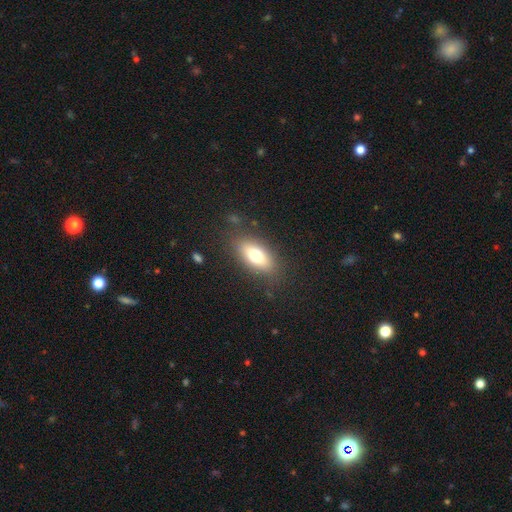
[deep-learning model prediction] This appears to be a smooth galaxy with no disk features (71%) that is in between round and cigar-shaped (82%). Merging: none (82%).